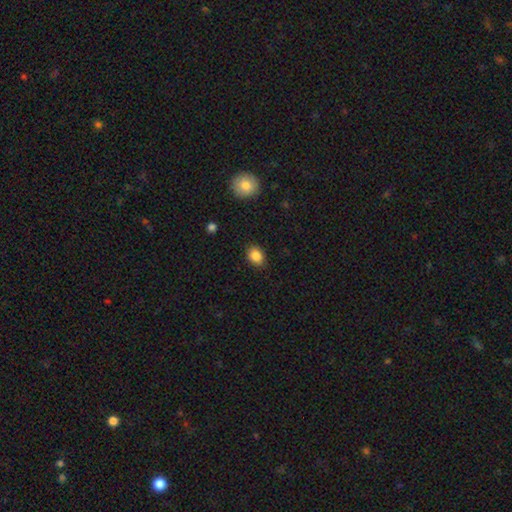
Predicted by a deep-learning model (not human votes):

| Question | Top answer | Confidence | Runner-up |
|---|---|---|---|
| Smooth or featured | smooth | 87% | star or artifact (9%) |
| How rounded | in between | 61% | round (38%) |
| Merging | none | 87% | minor disturbance (10%) |